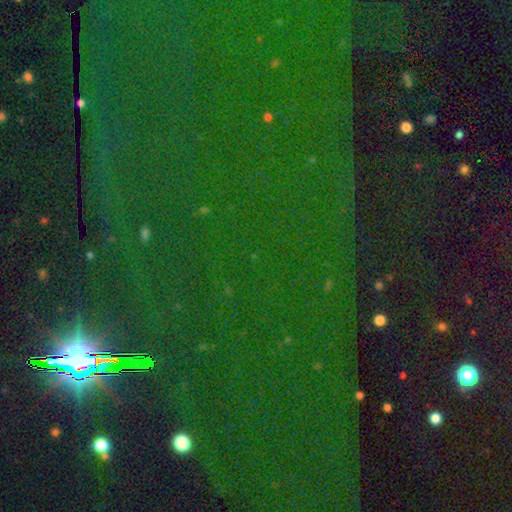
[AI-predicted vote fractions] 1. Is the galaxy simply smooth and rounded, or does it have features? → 85% star or artifact, 8% smooth, 7% featured or disk.